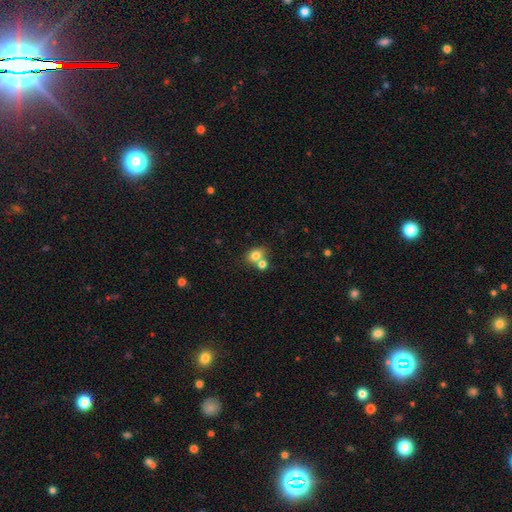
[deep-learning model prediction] A smooth galaxy with no disk features (78%) that is round (52%). Merging: none (45%).